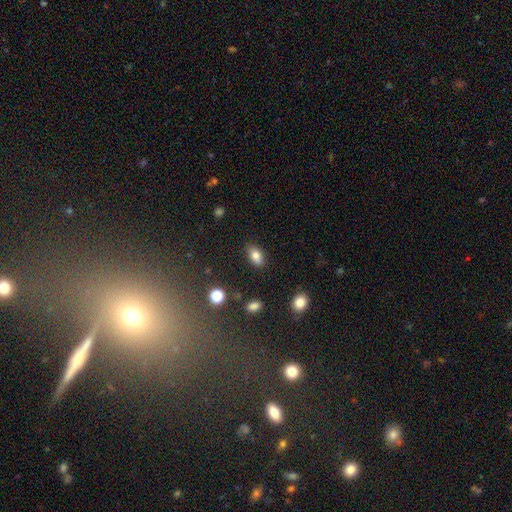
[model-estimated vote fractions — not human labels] Smooth or featured? Predicted: smooth (p=0.81). How rounded? Predicted: in between (p=0.88). Merging? Predicted: none (p=0.86).